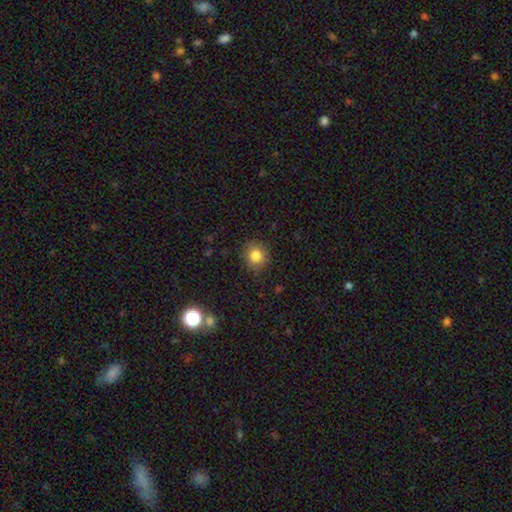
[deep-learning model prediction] The model was most divided on "how rounded": round: 82%, in between: 17%, cigar-shaped: 1%. More confident: merging — none (85%); smooth or featured — smooth (83%).